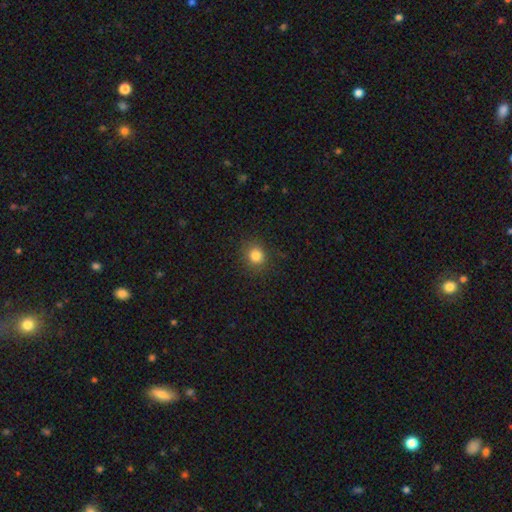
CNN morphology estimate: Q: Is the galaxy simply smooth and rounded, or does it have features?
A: smooth — 83%.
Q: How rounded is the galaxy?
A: round — 85%.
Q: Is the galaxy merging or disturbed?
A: none — 88%.